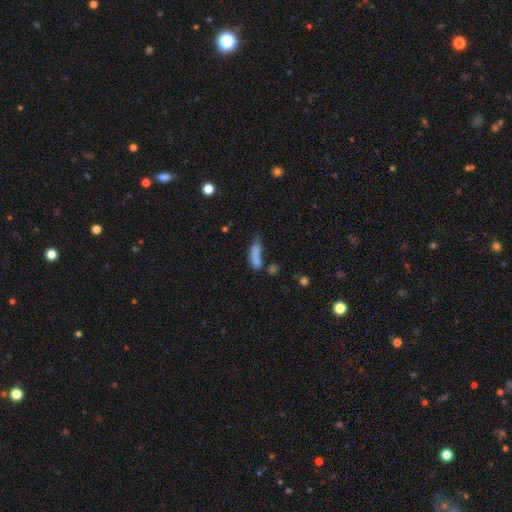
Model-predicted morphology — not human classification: smooth_or_featured: smooth (p=0.72) [alt: featured or disk p=0.16]
how_rounded: in between (p=0.63) [alt: cigar-shaped p=0.31]
merging: merger (p=0.38) [alt: none p=0.25]